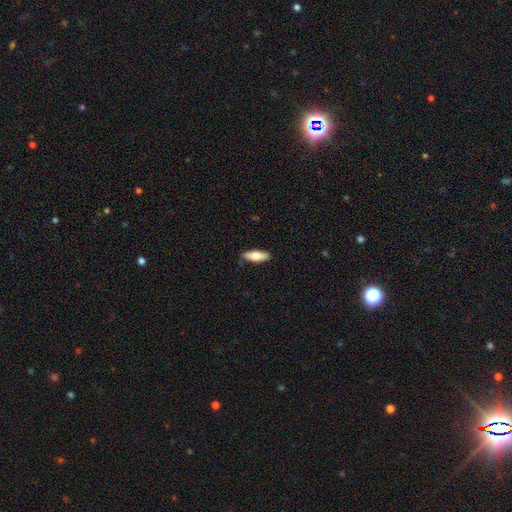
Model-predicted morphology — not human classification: type=smooth (72%); roundness=in between (56%); merging=none (85%).